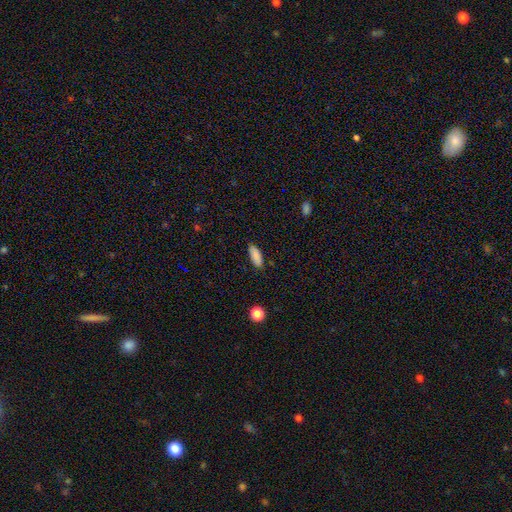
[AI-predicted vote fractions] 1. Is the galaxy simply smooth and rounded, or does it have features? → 88% smooth, 8% star or artifact, 5% featured or disk.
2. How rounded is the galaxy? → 73% in between, 25% cigar-shaped, 2% round.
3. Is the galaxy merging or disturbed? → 85% none, 11% minor disturbance, 2% major disturbance, 1% merger.